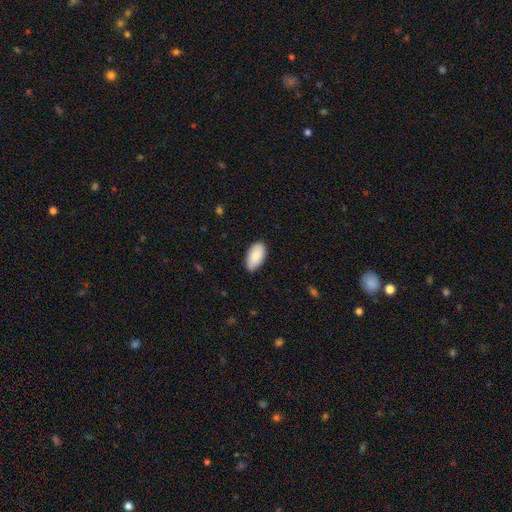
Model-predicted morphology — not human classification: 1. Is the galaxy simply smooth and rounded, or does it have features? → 87% smooth, 7% featured or disk, 6% star or artifact.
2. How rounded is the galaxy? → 95% in between, 2% round, 2% cigar-shaped.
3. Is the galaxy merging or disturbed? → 82% none, 15% minor disturbance, 2% major disturbance, 1% merger.